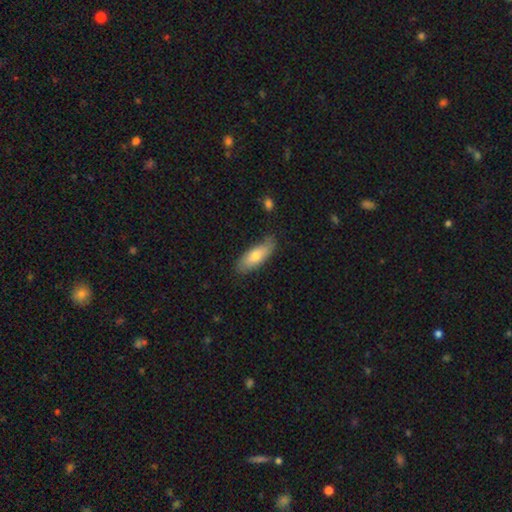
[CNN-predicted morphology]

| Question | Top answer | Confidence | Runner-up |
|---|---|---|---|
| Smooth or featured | smooth | 72% | featured or disk (22%) |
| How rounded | in between | 69% | cigar-shaped (28%) |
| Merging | none | 76% | minor disturbance (19%) |